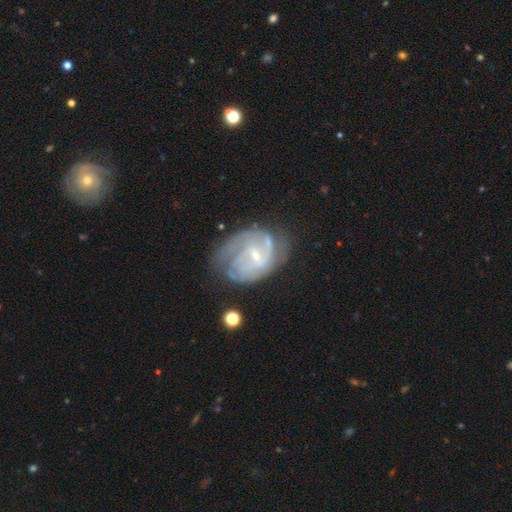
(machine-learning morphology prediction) Smooth or featured? featured or disk (82%)
Edge-on disk? no (97%)
Bar? weak (53%)
Spiral arms? yes (90%)
Spiral winding? tight (48%)
Spiral arm count? 2 (34%, tied with can't tell)
Bulge size? small (70%)
Merging? none (51%)